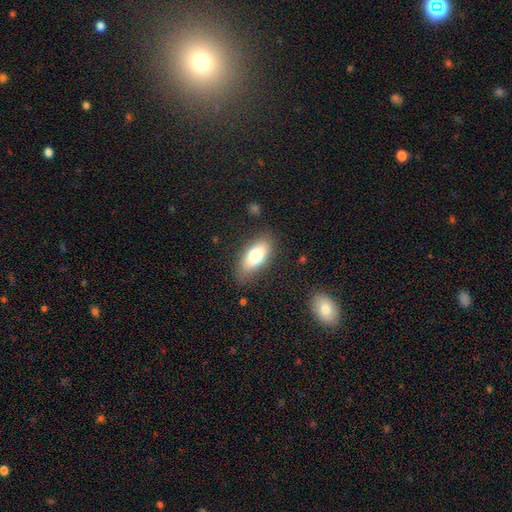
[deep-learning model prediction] This is likely a smooth galaxy (73%). How rounded: clearly in between (83%). Merging: clearly none (81%).